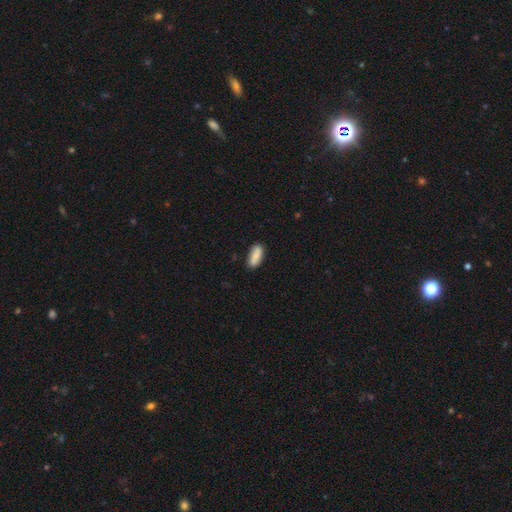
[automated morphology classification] smooth 85%, featured or disk 9%, star or artifact 6%. Down the decision tree: how rounded — in between (77%); merging — none (79%).